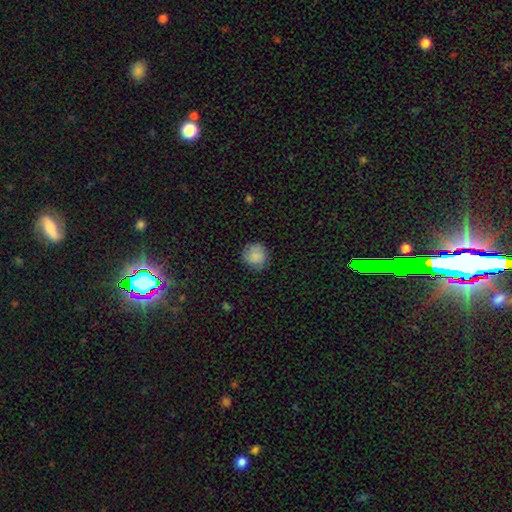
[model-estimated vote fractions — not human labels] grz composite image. It shows a smooth galaxy with no disk features (85%) that is round (92%). Merging: none (83%).